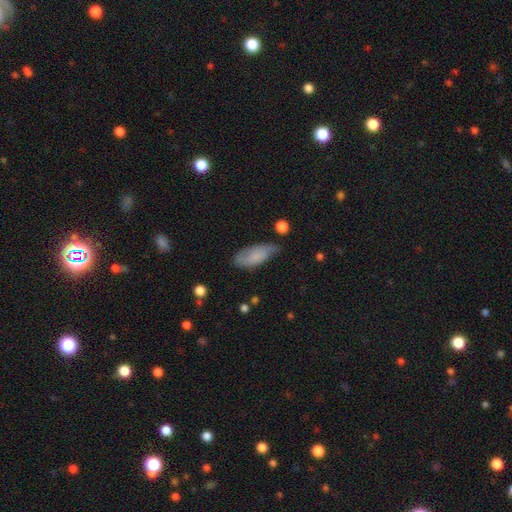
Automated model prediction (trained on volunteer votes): Q: Smooth or featured?
A: smooth (73%); runner-up: featured or disk (20%)
Q: How rounded?
A: in between (83%); runner-up: cigar-shaped (15%)
Q: Merging?
A: none (54%); runner-up: minor disturbance (34%)